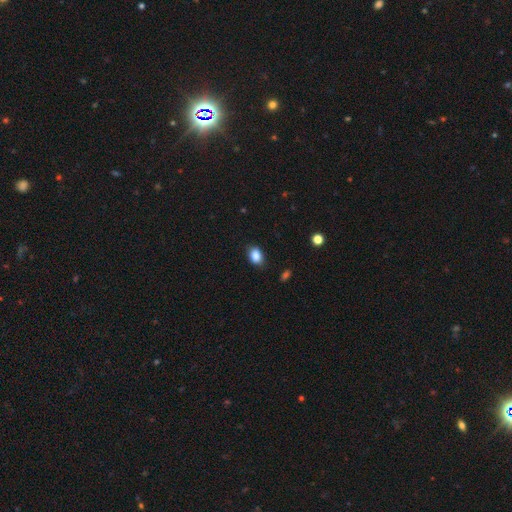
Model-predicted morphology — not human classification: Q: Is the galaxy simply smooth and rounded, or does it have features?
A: smooth — 87%.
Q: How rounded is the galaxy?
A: in between — 77%.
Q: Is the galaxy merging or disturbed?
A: none — 83%.